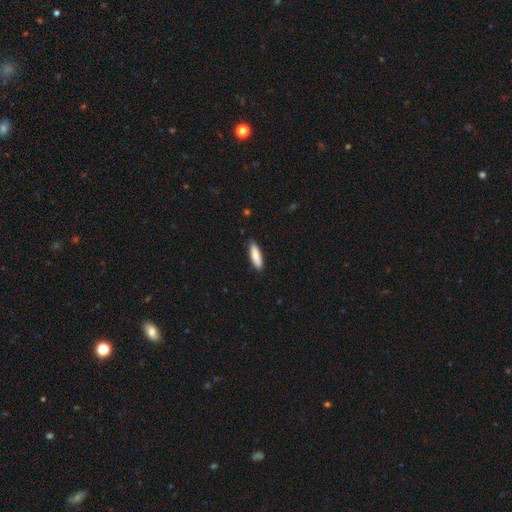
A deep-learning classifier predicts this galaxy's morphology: A smooth galaxy with no disk features (85%) that is cigar-shaped (60%). Merging: none (87%).